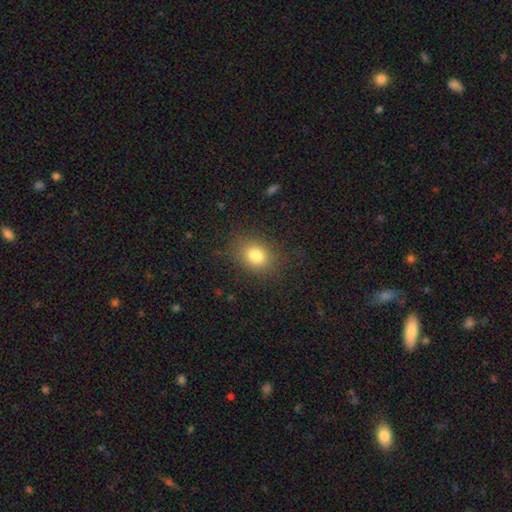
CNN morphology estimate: A smooth galaxy with no disk features (80%) that is in between round and cigar-shaped (51%). Merging: none (84%).